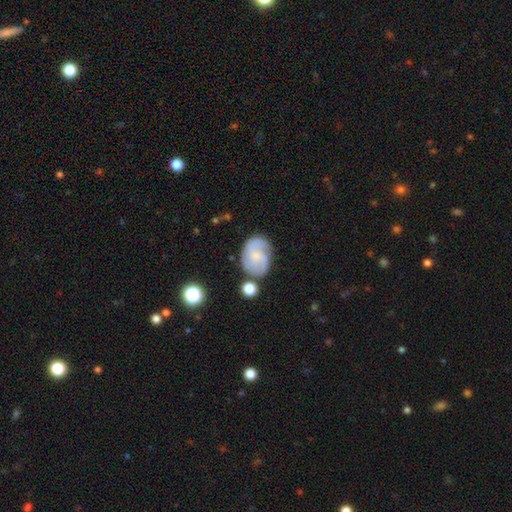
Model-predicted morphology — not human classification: This appears to be a featured or disk galaxy (59%) with no bar (65%), spiral arms (84%) and a small central bulge (59%). Merging: none (59%).